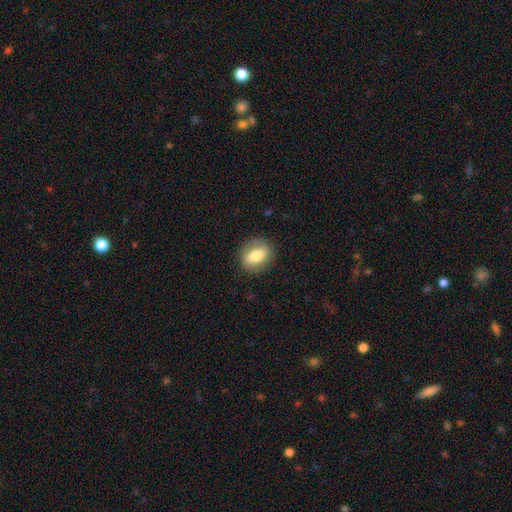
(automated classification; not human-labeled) smooth-or-featured: smooth: 58% | featured or disk: 34% | star or artifact: 7%
  how-rounded: in between: 60% | round: 38% | cigar-shaped: 2%
  merging: none: 81% | minor disturbance: 13% | major disturbance: 5% | merger: 1%